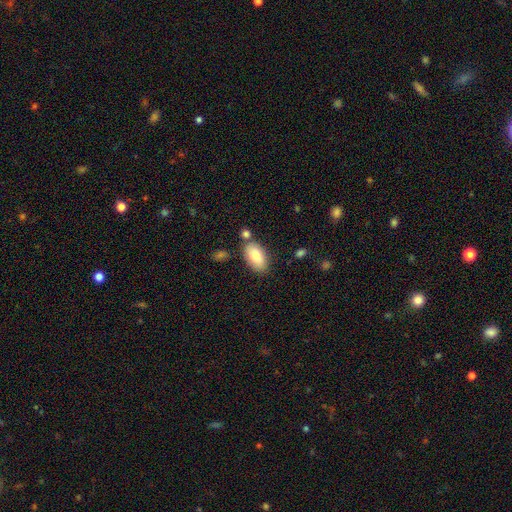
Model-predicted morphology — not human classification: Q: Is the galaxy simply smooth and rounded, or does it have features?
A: smooth — 84%.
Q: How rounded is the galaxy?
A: in between — 94%.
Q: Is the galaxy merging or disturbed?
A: none — 72%.